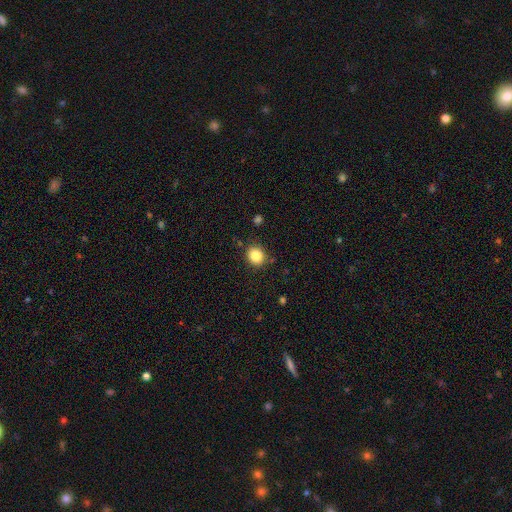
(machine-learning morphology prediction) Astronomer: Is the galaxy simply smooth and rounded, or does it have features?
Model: smooth — 85%.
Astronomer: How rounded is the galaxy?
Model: round — 77%.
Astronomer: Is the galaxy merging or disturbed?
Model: none — 85%.